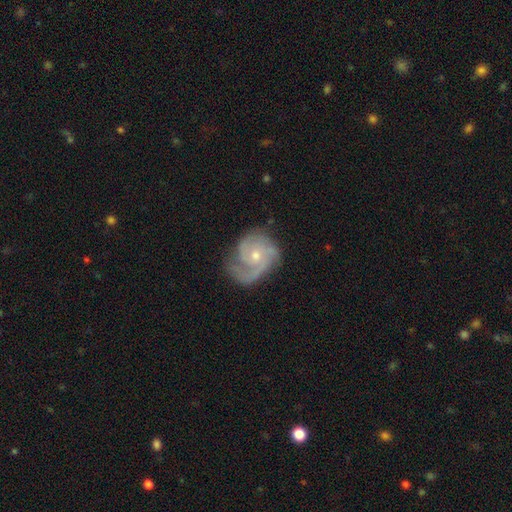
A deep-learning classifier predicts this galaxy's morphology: A featured or disk galaxy (86%) with no bar (73%), 2 (36%) tight (49%) spiral arms (97%) and a small central bulge (53%). Merging: none (65%).